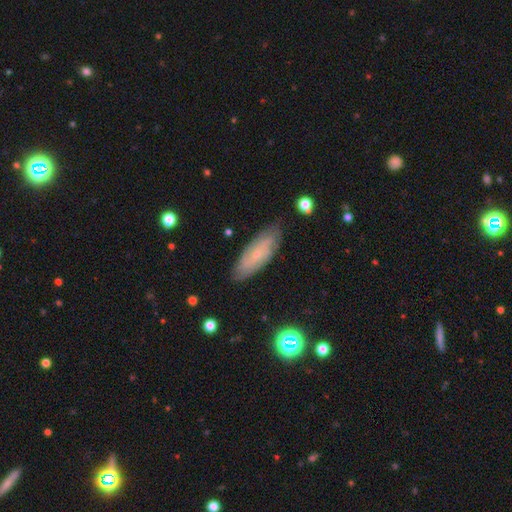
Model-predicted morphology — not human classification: Smooth or featured: featured or disk — 61% (smooth — 32%)
Edge-on disk: no — 82% (yes — 18%)
Merging: none — 79% (minor disturbance — 16%)